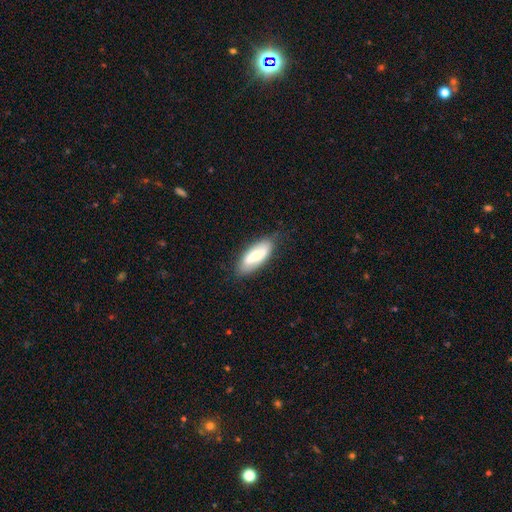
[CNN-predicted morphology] Smooth or featured: smooth — 64% (featured or disk — 30%)
How rounded: in between — 77% (cigar-shaped — 21%)
Merging: none — 77% (minor disturbance — 18%)